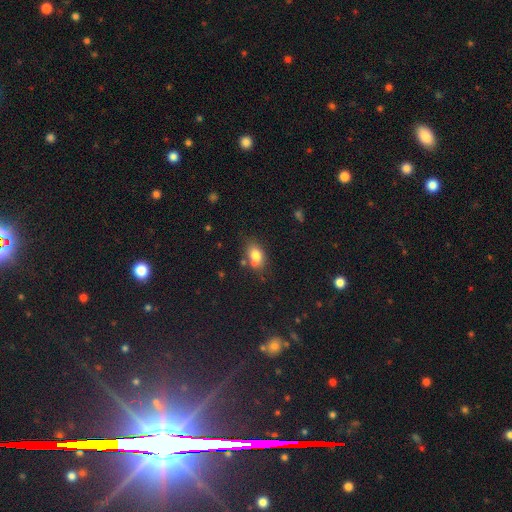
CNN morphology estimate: Smooth or featured?
  - smooth: 78% *
  - featured or disk: 11%
  - star or artifact: 11%
How rounded?
  - in between: 79% *
  - round: 19%
  - cigar-shaped: 2%
Merging?
  - none: 60% *
  - minor disturbance: 18%
  - merger: 17%
  - major disturbance: 5%